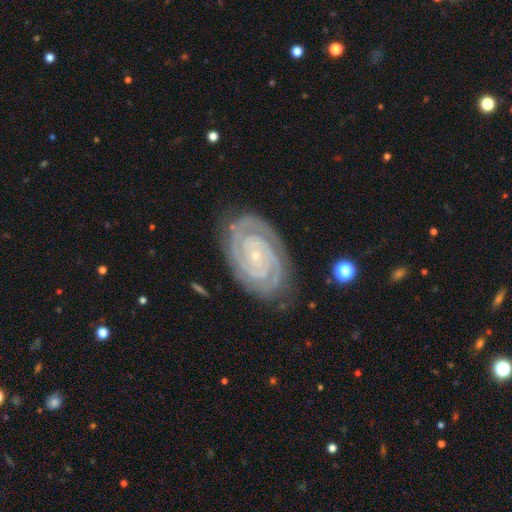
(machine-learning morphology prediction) A featured or disk galaxy (92%) with no bar (72%), 2 (63%) tight (86%) spiral arms (99%) and a small central bulge (87%). Merging: none (82%).